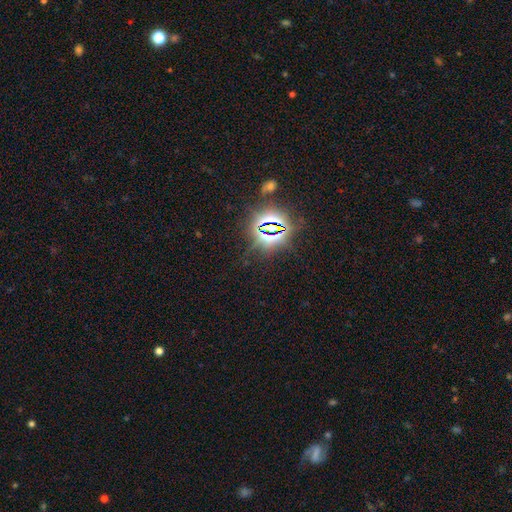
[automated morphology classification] The model was most divided on "smooth or featured": star or artifact: 82%, smooth: 11%, featured or disk: 7%.